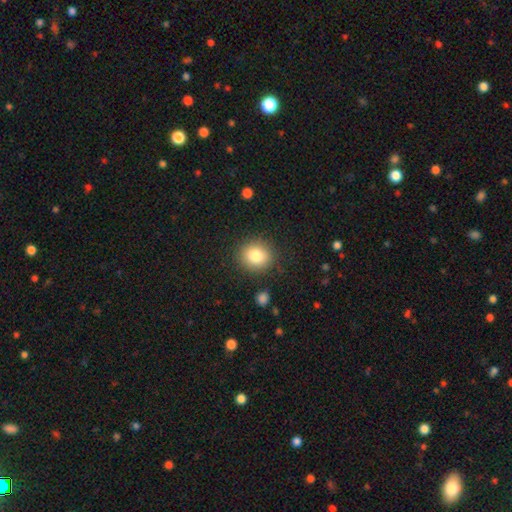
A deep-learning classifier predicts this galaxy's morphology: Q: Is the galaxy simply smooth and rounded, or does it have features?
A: smooth — 82%.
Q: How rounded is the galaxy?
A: round — 81%.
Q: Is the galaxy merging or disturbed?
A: none — 87%.